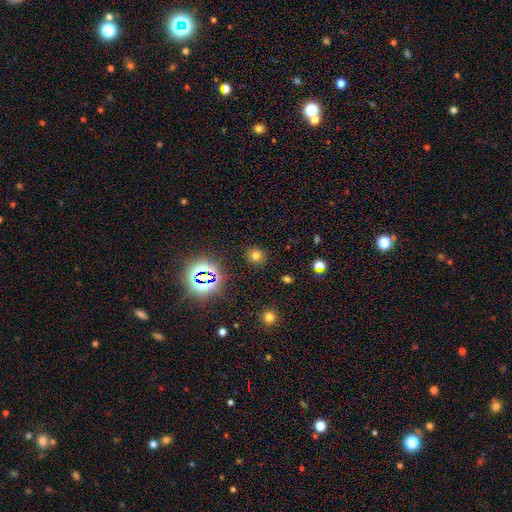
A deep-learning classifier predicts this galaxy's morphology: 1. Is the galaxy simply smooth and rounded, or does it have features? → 67% smooth, 25% star or artifact, 8% featured or disk.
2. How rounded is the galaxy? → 88% round, 11% in between, 1% cigar-shaped.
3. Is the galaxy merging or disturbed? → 89% none, 7% minor disturbance, 3% major disturbance, 2% merger.